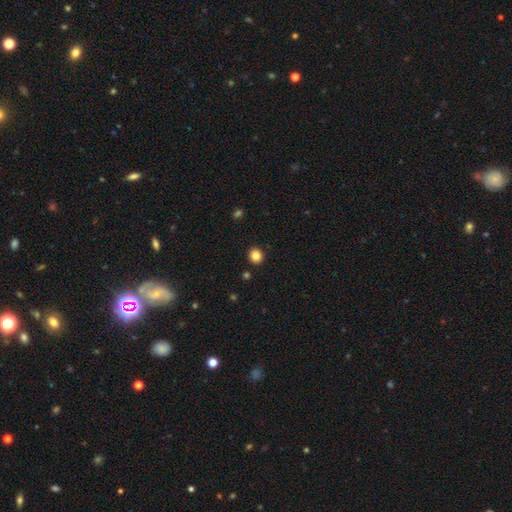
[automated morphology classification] Smooth or featured: smooth — 85% (star or artifact — 11%)
How rounded: round — 84% (in between — 15%)
Merging: none — 91% (minor disturbance — 5%)